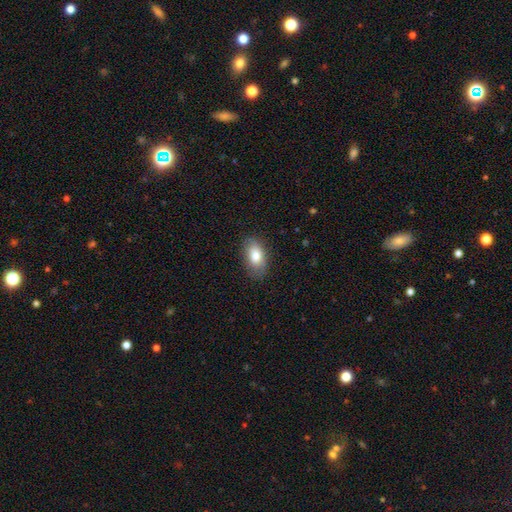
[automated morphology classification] Smooth or featured?
  - smooth: 79% *
  - featured or disk: 14%
  - star or artifact: 7%
How rounded?
  - in between: 91% *
  - round: 6%
  - cigar-shaped: 3%
Merging?
  - none: 80% *
  - minor disturbance: 15%
  - major disturbance: 3%
  - merger: 1%